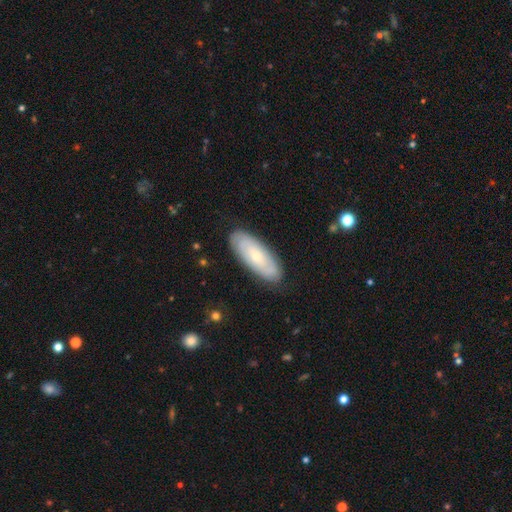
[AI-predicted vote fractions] Smooth or featured?
  - featured or disk: 54% *
  - smooth: 40%
  - star or artifact: 6%
Edge-on disk?
  - no: 86% *
  - yes: 14%
Merging?
  - none: 85% *
  - minor disturbance: 12%
  - major disturbance: 3%
  - merger: 1%